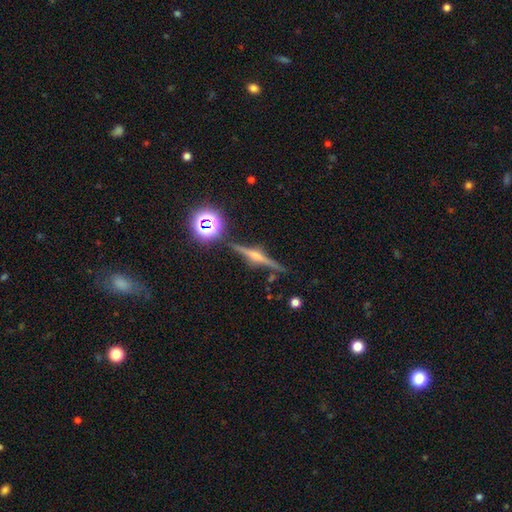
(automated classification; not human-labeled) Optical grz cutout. It shows a featured or disk galaxy (74%) viewed edge-on (97%) with a rounded central bulge (80%). Merging: none (86%).